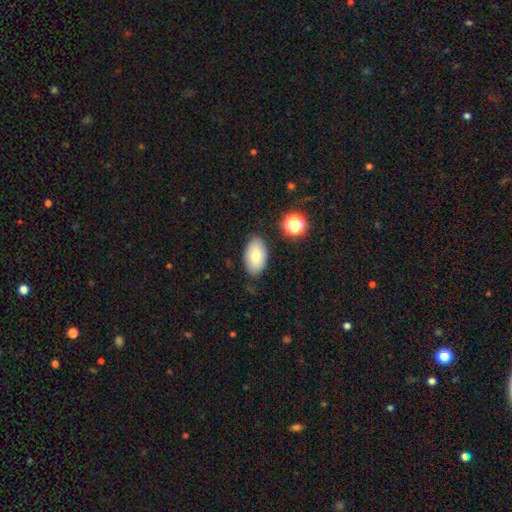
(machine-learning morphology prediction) This is likely a smooth galaxy (76%). How rounded: clearly in between (93%). Merging: clearly none (81%).